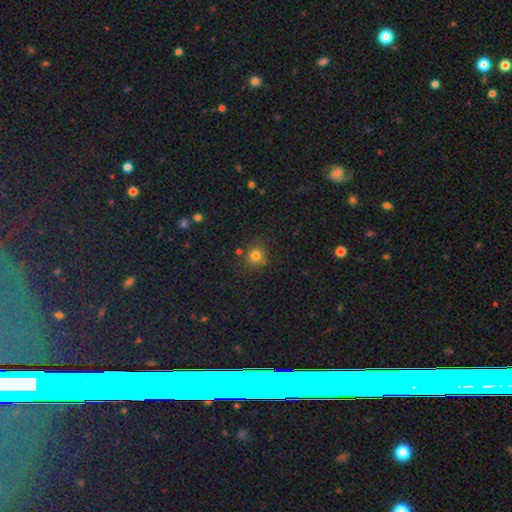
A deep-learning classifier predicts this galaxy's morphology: Smooth or featured?
  - smooth: 76% *
  - star or artifact: 17%
  - featured or disk: 7%
How rounded?
  - round: 85% *
  - in between: 14%
  - cigar-shaped: 1%
Merging?
  - none: 76% *
  - minor disturbance: 13%
  - merger: 7%
  - major disturbance: 5%